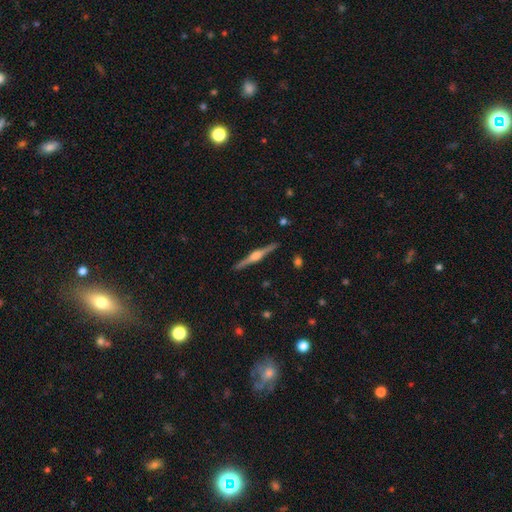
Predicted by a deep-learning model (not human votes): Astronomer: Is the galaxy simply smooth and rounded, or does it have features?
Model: featured or disk — 83%.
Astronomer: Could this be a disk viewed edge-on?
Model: yes — 99%.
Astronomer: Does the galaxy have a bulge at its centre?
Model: rounded — 89%.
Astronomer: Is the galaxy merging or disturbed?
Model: none — 92%.